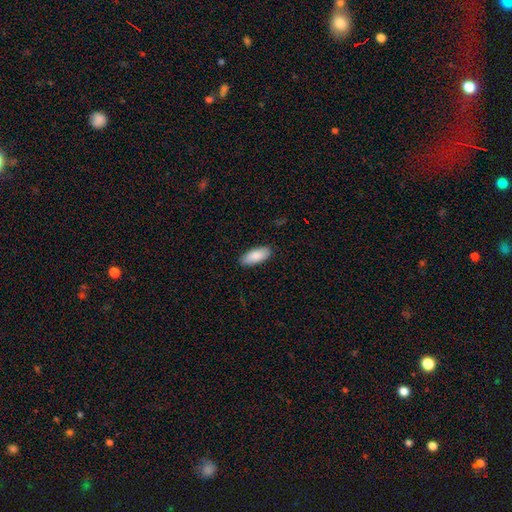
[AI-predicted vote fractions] This is clearly a smooth galaxy (88%). How rounded: clearly in between (84%). Merging: clearly none (89%).